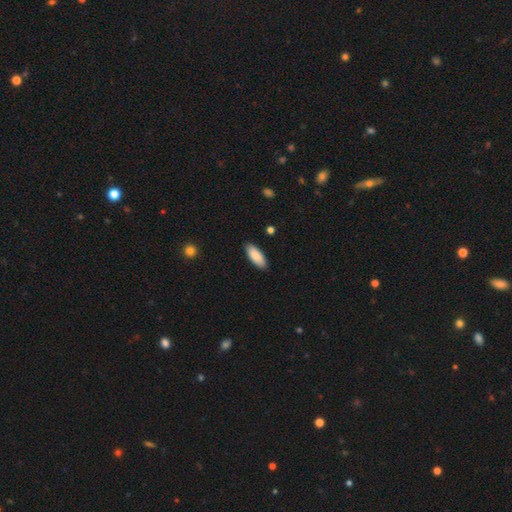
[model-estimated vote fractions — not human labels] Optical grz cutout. It shows a smooth galaxy with no disk features (88%) that is in between round and cigar-shaped (78%). Merging: none (88%).